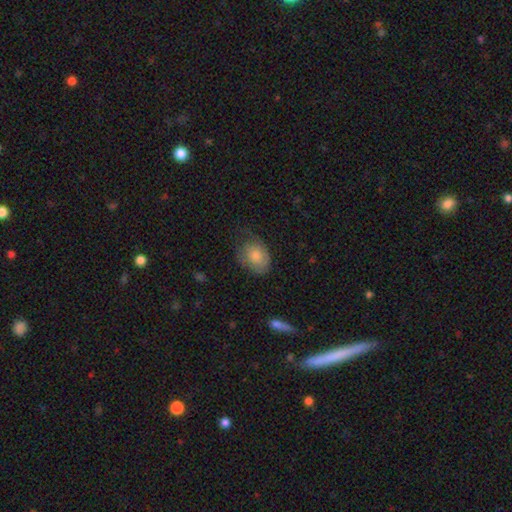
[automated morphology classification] Smooth or featured?
  - smooth: 76% *
  - featured or disk: 16%
  - star or artifact: 8%
How rounded?
  - in between: 64% *
  - round: 35%
  - cigar-shaped: 1%
Merging?
  - none: 55% *
  - minor disturbance: 31%
  - major disturbance: 12%
  - merger: 1%